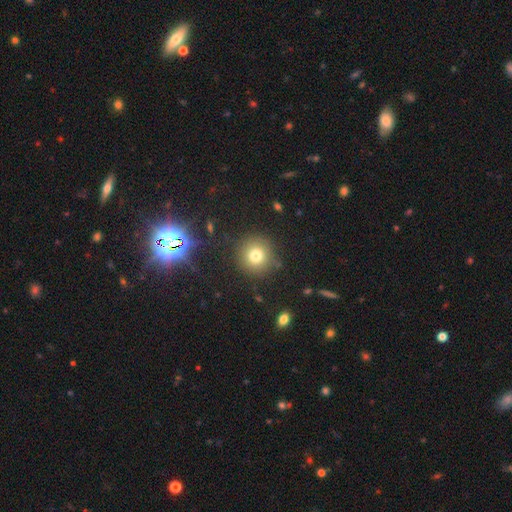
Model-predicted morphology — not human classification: This is likely a smooth galaxy (74%). How rounded: clearly round (93%). Merging: clearly none (86%).